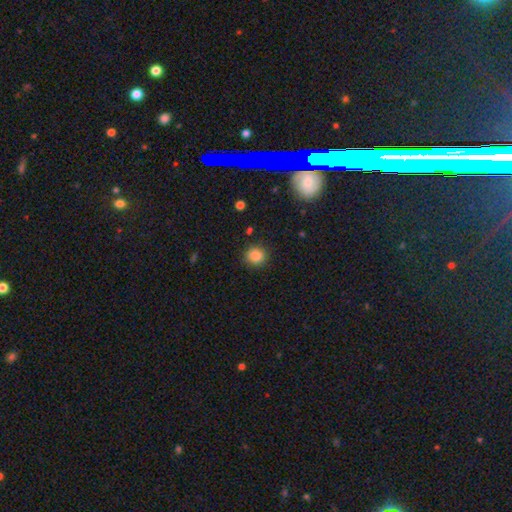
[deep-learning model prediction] Smooth or featured? smooth (85%)
How rounded? round (86%)
Merging? none (84%)